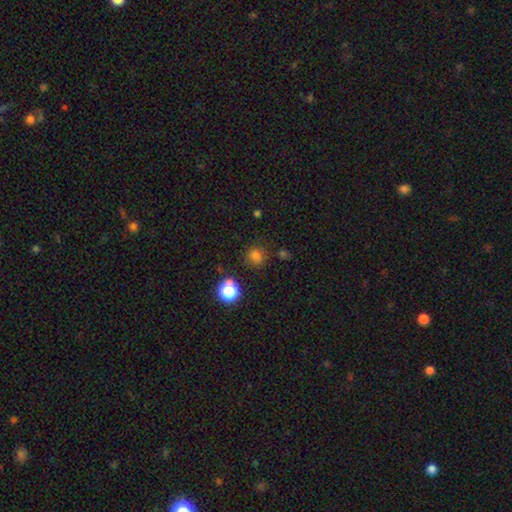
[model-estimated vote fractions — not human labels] Overall: smooth (74%). How rounded: round (86%). Merging: none (79%).